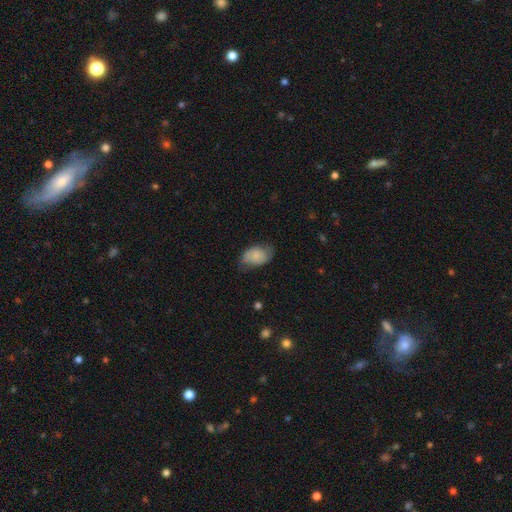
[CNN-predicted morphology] Q: Smooth or featured?
A: smooth (73%); runner-up: featured or disk (20%)
Q: How rounded?
A: in between (89%); runner-up: round (10%)
Q: Merging?
A: none (60%); runner-up: minor disturbance (30%)